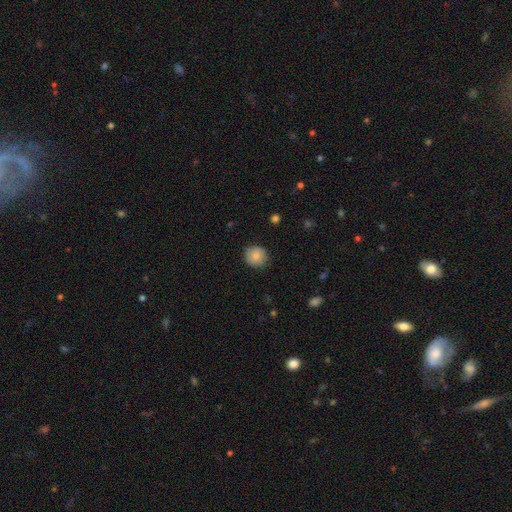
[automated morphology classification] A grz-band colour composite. It shows a smooth galaxy with no disk features (84%) that is round (90%). Merging: none (86%).